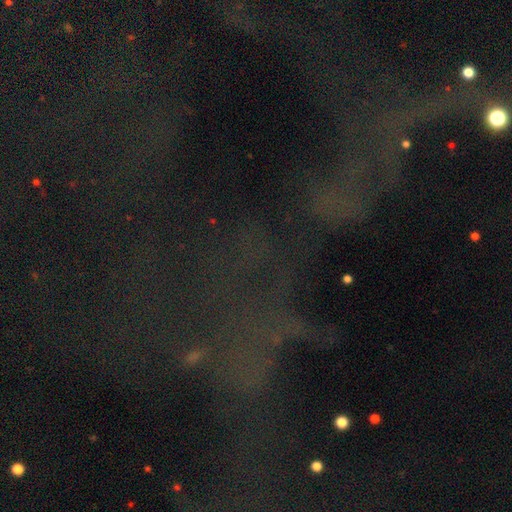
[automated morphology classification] Overall: star or artifact (62%).